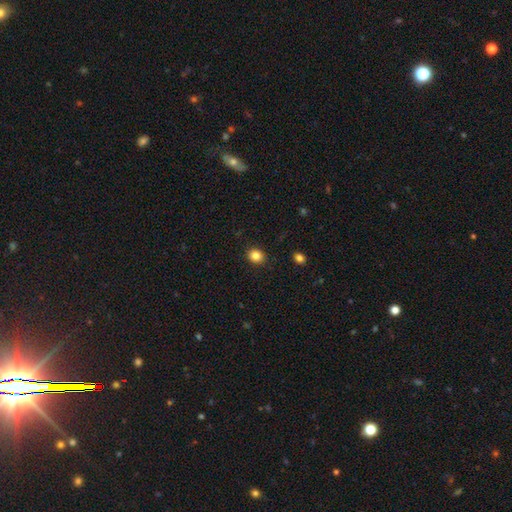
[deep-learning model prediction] smooth_or_featured: smooth (p=0.84) [alt: star or artifact p=0.10]
how_rounded: round (p=0.60) [alt: in between p=0.40]
merging: none (p=0.90) [alt: minor disturbance p=0.07]